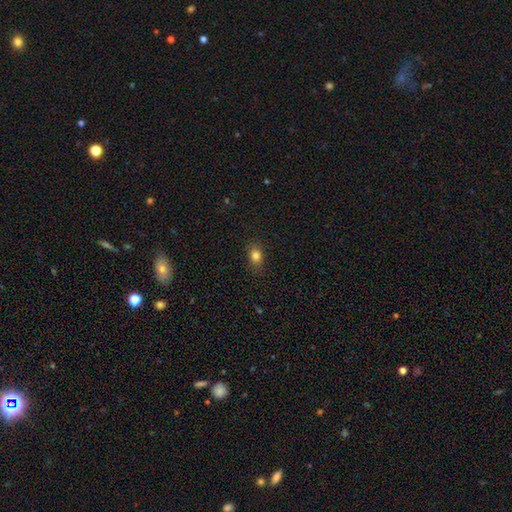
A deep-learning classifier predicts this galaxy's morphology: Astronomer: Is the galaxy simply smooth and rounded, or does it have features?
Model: smooth — 82%.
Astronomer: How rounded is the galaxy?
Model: in between — 65%.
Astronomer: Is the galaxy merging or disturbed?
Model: none — 85%.